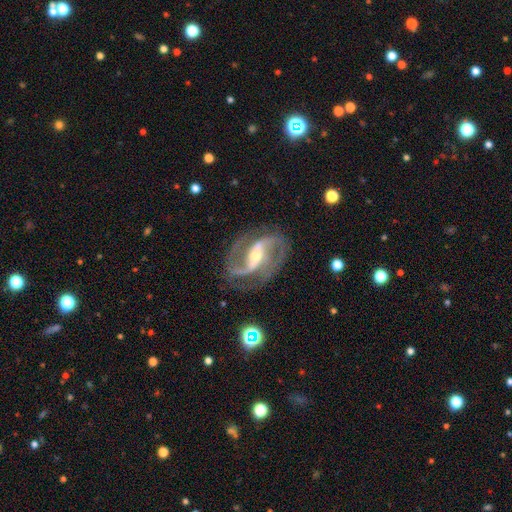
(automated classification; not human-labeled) Overall: featured or disk (92%). Edge-on disk: no (97%). Bar: strong (56%; weak 29%). Spiral arms: yes (98%). Spiral arm count: 2 (87%). Spiral winding: medium (58%; loose 24%). Bulge size: small (53%; moderate 42%). Merging: none (76%).